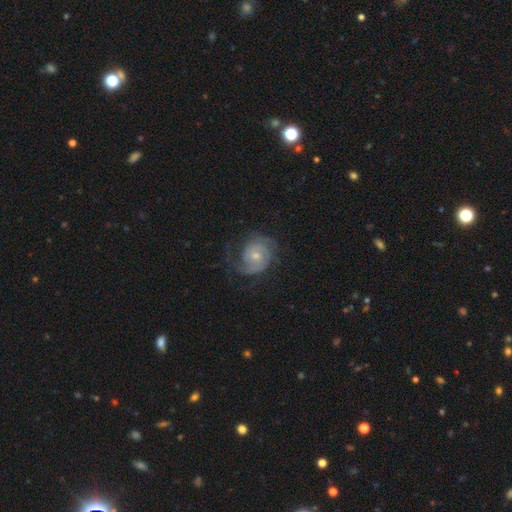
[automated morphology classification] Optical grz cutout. It shows a featured or disk galaxy (80%) with no bar (73%), 2 (55%) tight (46%) spiral arms (94%) and a small central bulge (57%). Merging: none (63%).